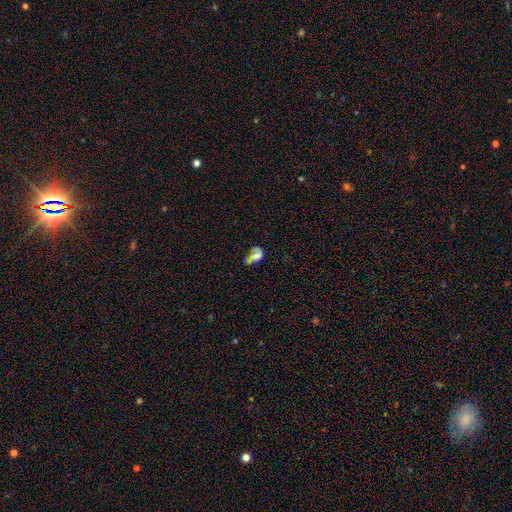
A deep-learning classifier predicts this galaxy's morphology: Smooth or featured?
  - smooth: 55% *
  - featured or disk: 25%
  - star or artifact: 20%
How rounded?
  - in between: 77% *
  - round: 20%
  - cigar-shaped: 3%
Merging?
  - merger: 31% *
  - none: 27%
  - major disturbance: 24%
  - minor disturbance: 18%